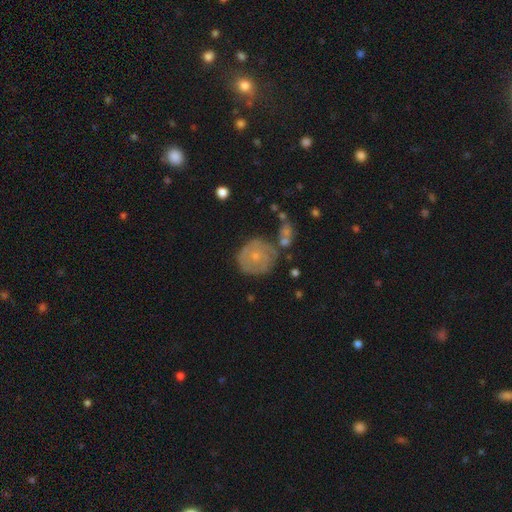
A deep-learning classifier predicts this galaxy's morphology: type=featured or disk (53%); edge-on=no (97%); bar=no (84%); spiral arms=yes (64%); bulge=small (66%); merging=none (58%).